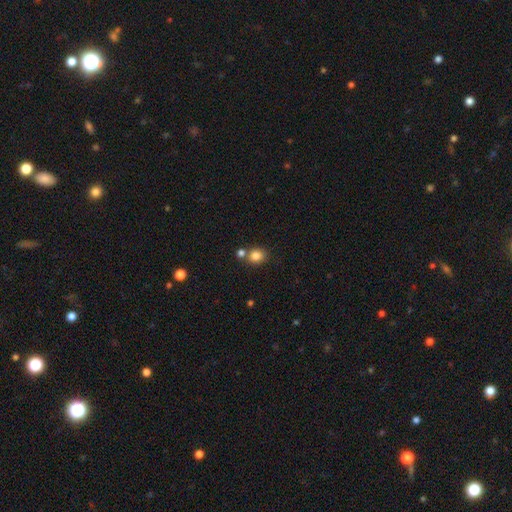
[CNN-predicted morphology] type=smooth (84%); roundness=round (74%); merging=none (66%).